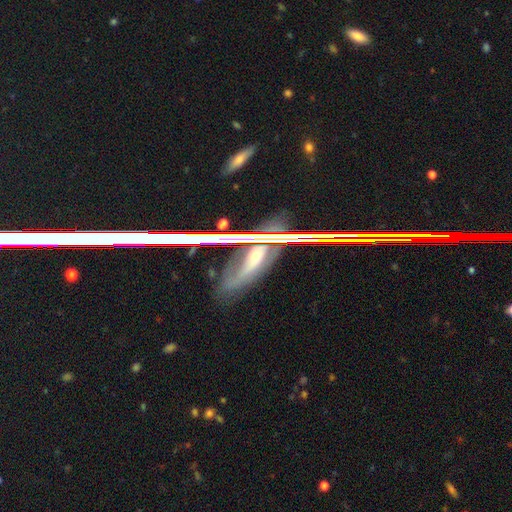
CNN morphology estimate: The model was most divided on "edge-on disk": no: 53%, yes: 47%. More confident: merging — none (65%); smooth or featured — featured or disk (50%).